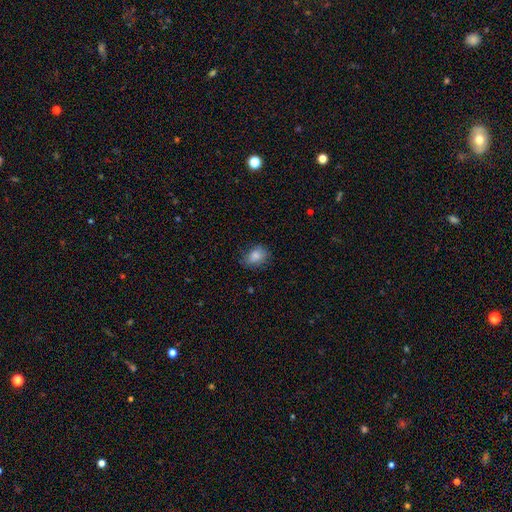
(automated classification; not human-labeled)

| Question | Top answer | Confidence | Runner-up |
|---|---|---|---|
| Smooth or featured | smooth | 84% | star or artifact (8%) |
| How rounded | in between | 74% | round (24%) |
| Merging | none | 75% | minor disturbance (19%) |